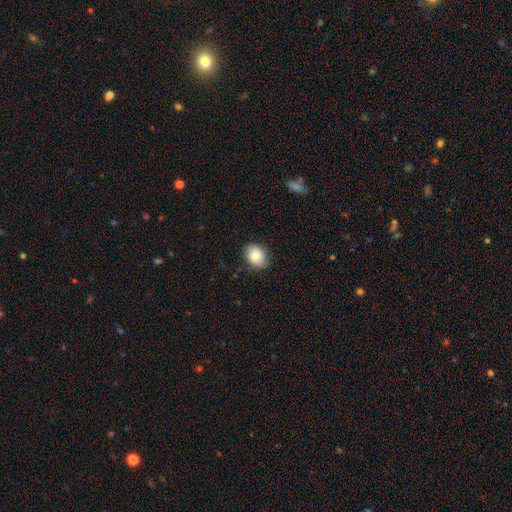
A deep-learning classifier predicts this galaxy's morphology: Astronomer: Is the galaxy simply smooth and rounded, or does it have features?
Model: smooth — 83%.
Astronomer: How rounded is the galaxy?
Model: in between — 66%.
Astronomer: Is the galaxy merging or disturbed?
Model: none — 82%.